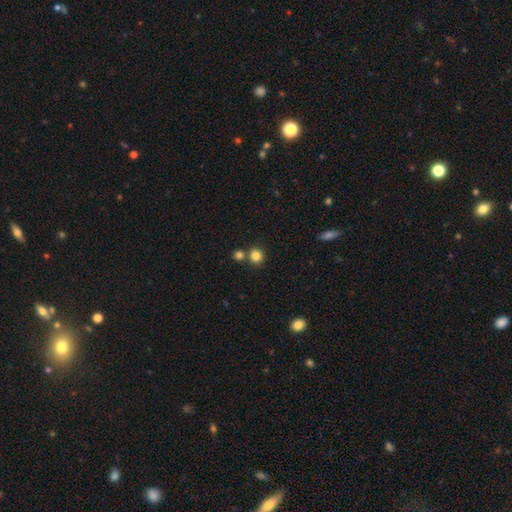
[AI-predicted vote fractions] Q: Smooth or featured?
A: smooth (83%); runner-up: star or artifact (12%)
Q: How rounded?
A: round (88%); runner-up: in between (11%)
Q: Merging?
A: none (69%); runner-up: merger (21%)